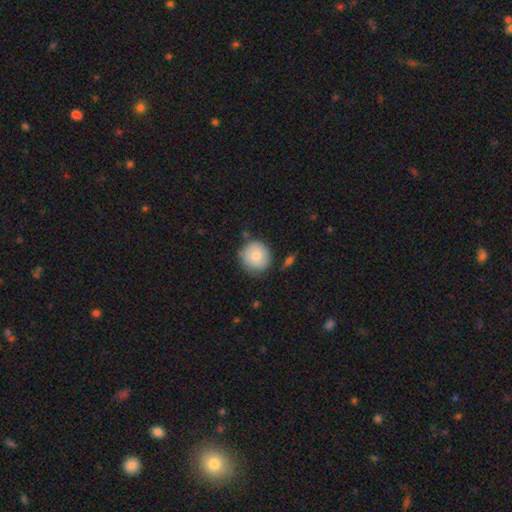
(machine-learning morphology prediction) A smooth galaxy with no disk features (80%) that is round (91%). Merging: none (75%).